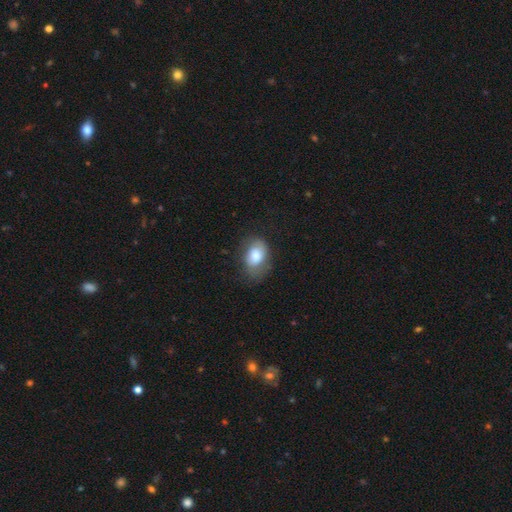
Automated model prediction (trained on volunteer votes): smooth_or_featured: smooth (p=0.78) [alt: featured or disk p=0.15]
how_rounded: in between (p=0.81) [alt: round p=0.18]
merging: none (p=0.56) [alt: minor disturbance p=0.28]